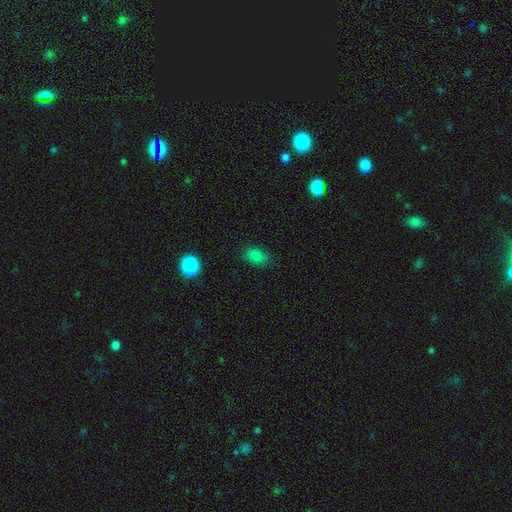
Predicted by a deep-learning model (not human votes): smooth 79%, star or artifact 13%, featured or disk 8%. Down the decision tree: how rounded — in between (75%); merging — none (83%).